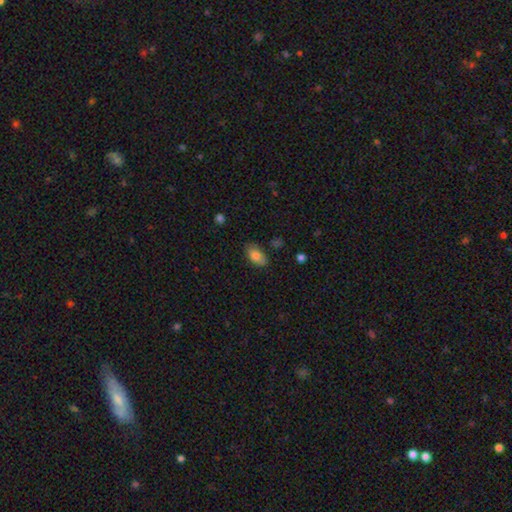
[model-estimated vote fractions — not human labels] Overall: smooth (81%). How rounded: in between (92%). Merging: none (79%).